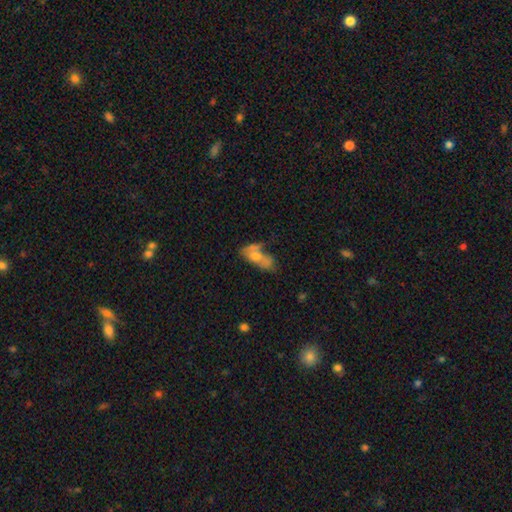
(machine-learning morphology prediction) Q: Smooth or featured?
A: smooth (52%); runner-up: featured or disk (36%)
Q: How rounded?
A: in between (77%); runner-up: cigar-shaped (17%)
Q: Merging?
A: merger (31%); tied with: none (31%)